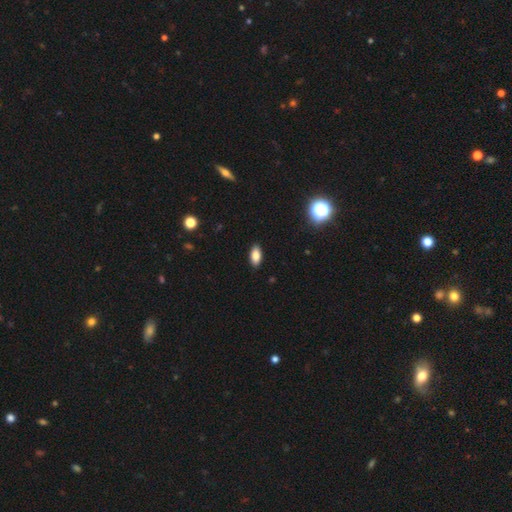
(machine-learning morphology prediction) smooth_or_featured: smooth (p=0.85) [alt: star or artifact p=0.09]
how_rounded: in between (p=0.91) [alt: cigar-shaped p=0.06]
merging: none (p=0.89) [alt: minor disturbance p=0.08]